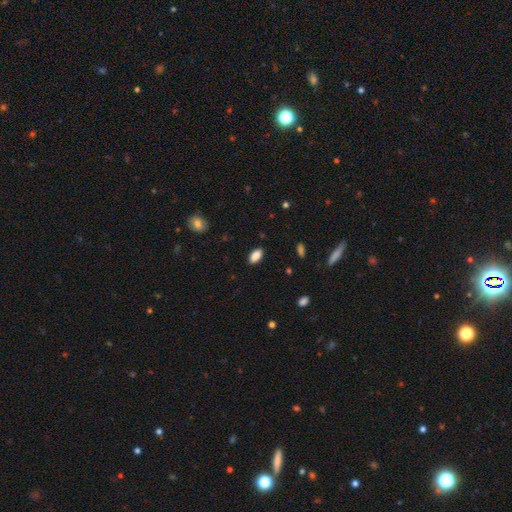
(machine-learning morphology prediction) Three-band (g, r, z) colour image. It shows a smooth galaxy with no disk features (87%) that is in between round and cigar-shaped (92%). Merging: none (88%).